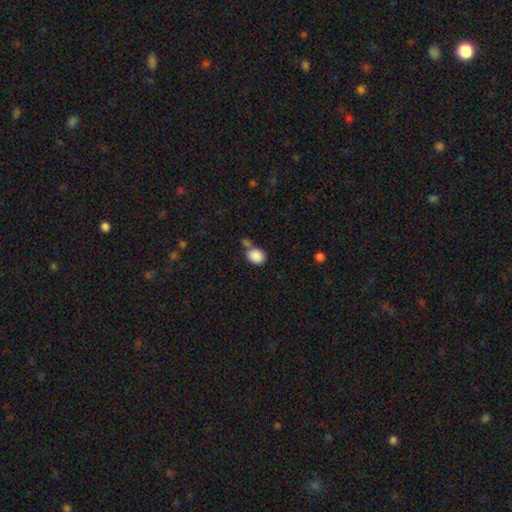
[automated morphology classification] smooth 87%, star or artifact 9%, featured or disk 4%. Down the decision tree: how rounded — round (54%); merging — none (55%).